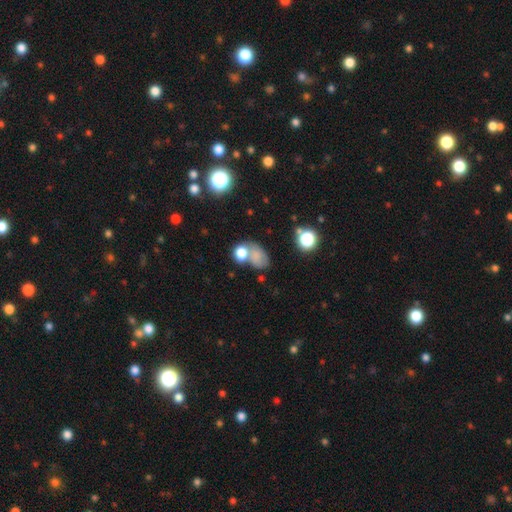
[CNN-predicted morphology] Q: Smooth or featured?
A: smooth (72%); runner-up: featured or disk (15%)
Q: How rounded?
A: in between (71%); runner-up: round (27%)
Q: Merging?
A: merger (37%); runner-up: none (33%)